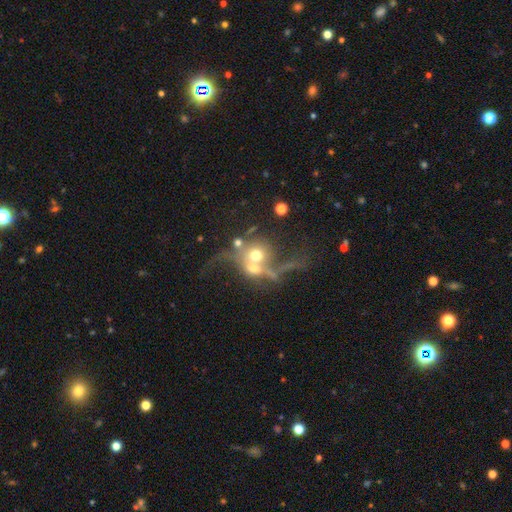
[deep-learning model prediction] Morphology: type=featured or disk (44%); merging=merger (55%).